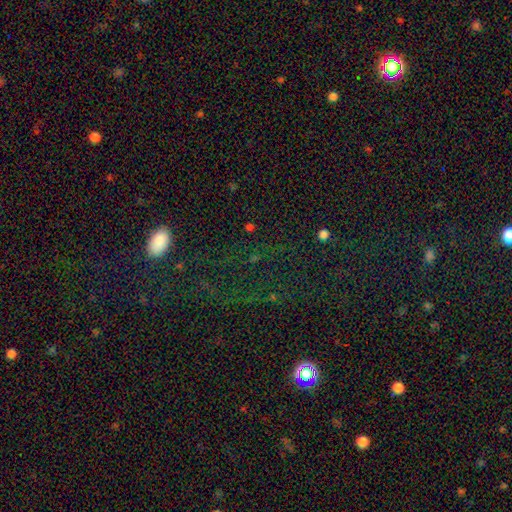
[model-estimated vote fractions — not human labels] Morphology: type=star or artifact (55%).